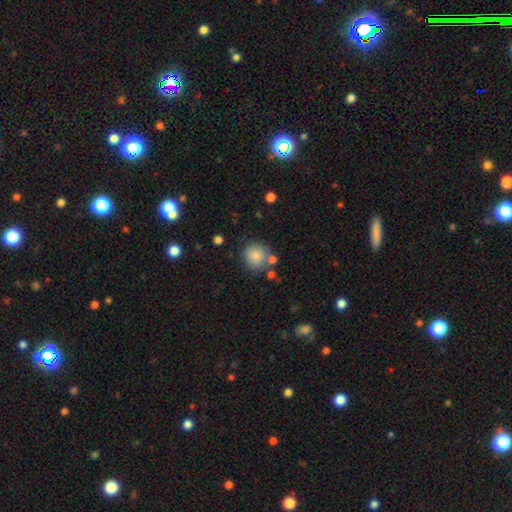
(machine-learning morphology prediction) smooth 84%, star or artifact 9%, featured or disk 7%. Down the decision tree: how rounded — round (89%); merging — none (71%).